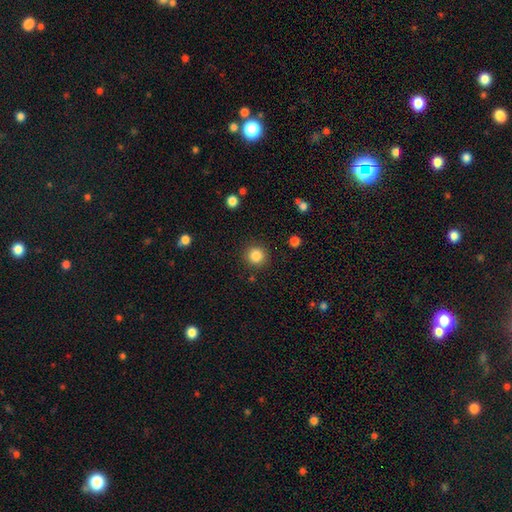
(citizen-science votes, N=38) A smooth galaxy with no disk features (92%) that is round (91%).

Vote fractions:
- Smooth or featured? smooth: 92% / star or artifact: 8% / featured or disk: 0%
- How rounded? round: 91% / in between: 9% / cigar-shaped: 0%
- Merging? none: 86% / minor disturbance: 9% / major disturbance: 3% / merger: 3%